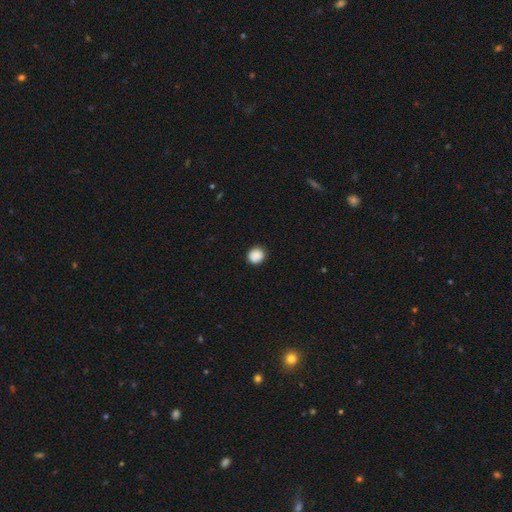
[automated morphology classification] This appears to be a smooth galaxy with no disk features (89%) that is round (90%). Merging: none (91%).